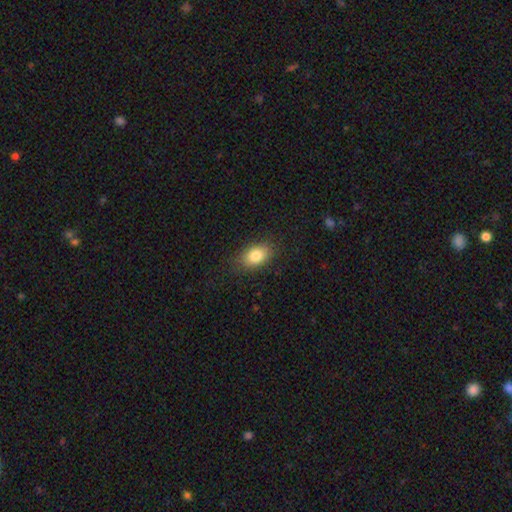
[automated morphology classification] type=smooth (82%); roundness=in between (86%); merging=none (83%).